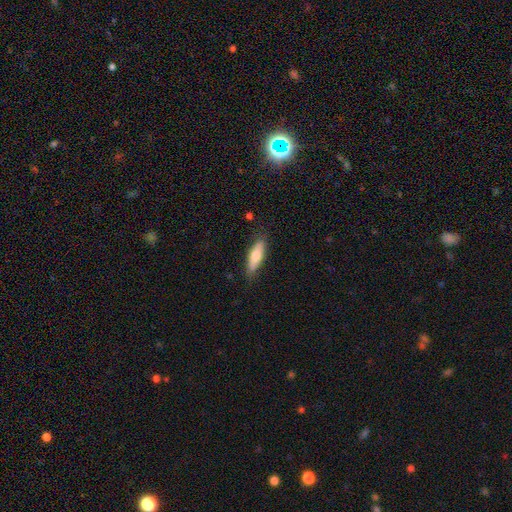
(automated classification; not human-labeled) Morphology: type=smooth (68%); roundness=in between (50%); merging=none (81%).